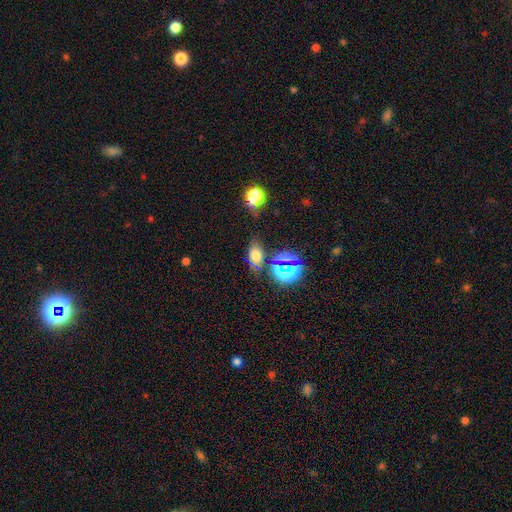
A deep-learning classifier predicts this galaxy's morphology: Smooth or featured? smooth (60%)
How rounded? in between (77%)
Merging? none (69%)